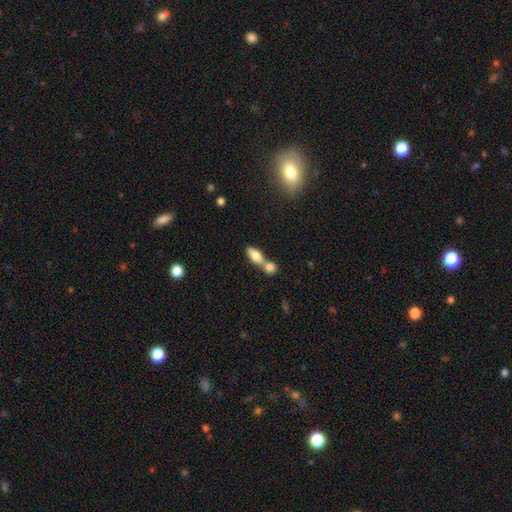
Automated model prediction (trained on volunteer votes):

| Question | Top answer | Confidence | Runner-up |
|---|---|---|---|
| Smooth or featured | smooth | 75% | featured or disk (18%) |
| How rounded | in between | 77% | cigar-shaped (16%) |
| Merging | merger | 55% | none (34%) |